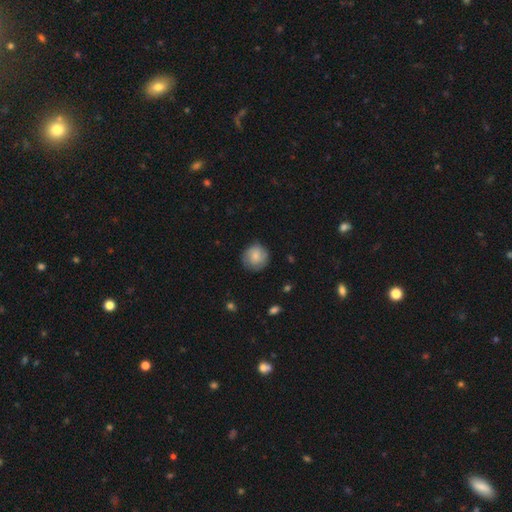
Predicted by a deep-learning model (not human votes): Overall: smooth (70%). How rounded: round (90%). Merging: none (80%).